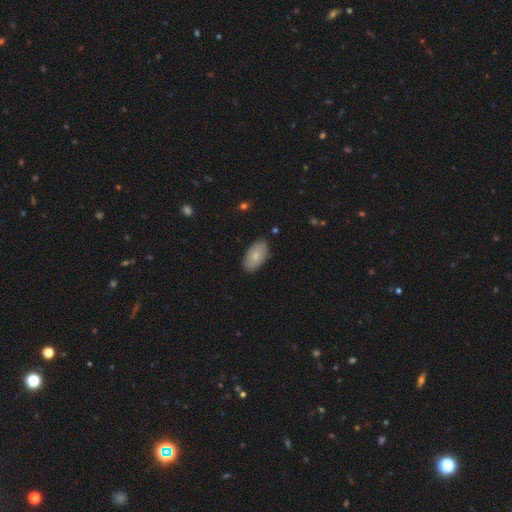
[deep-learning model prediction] Morphology: type=smooth (77%); roundness=in between (95%); merging=none (85%).